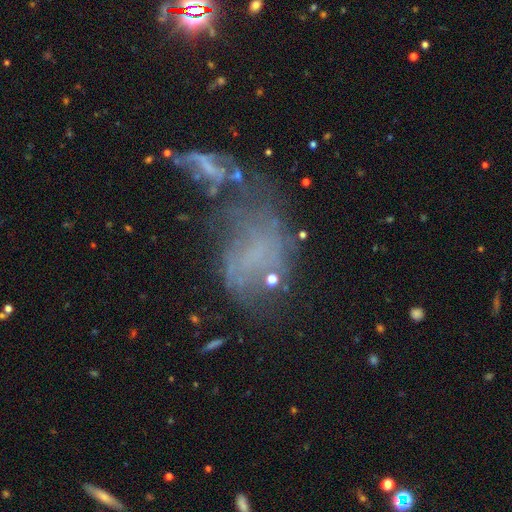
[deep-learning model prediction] A featured or disk galaxy (48%).

Vote fractions:
- Smooth or featured? featured or disk: 48% / smooth: 27% / star or artifact: 25%
- Merging? major disturbance: 33% (tied) / merger: 33% (tied) / none: 20% / minor disturbance: 14%